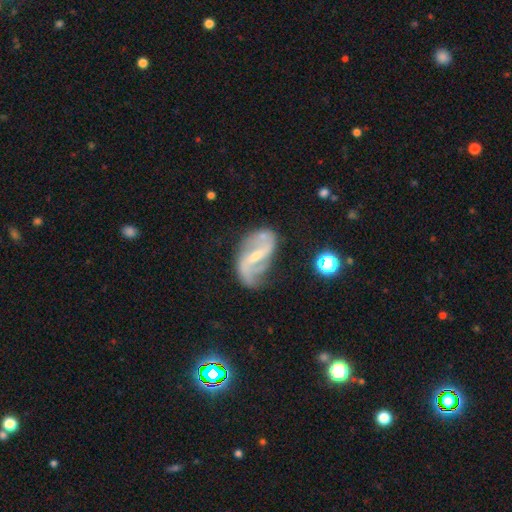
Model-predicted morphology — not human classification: featured or disk 84%, smooth 9%, star or artifact 7%. Down the decision tree: edge-on disk — no (96%); bar — weak (44%); spiral arms — yes (93%); spiral arm count — 2 (84%); spiral winding — loose (55%); bulge size — small (57%); merging — none (57%).